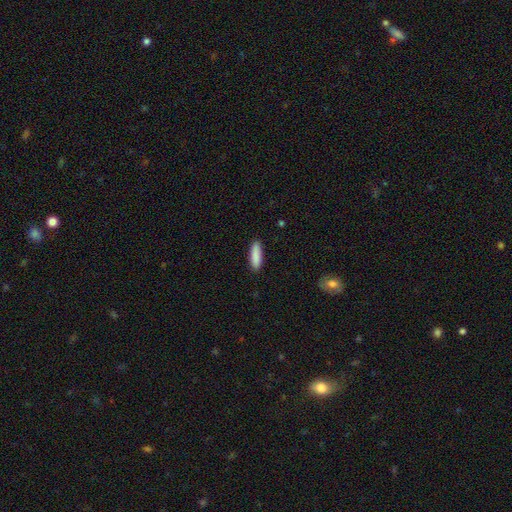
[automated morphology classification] smooth_or_featured: smooth (p=0.89) [alt: star or artifact p=0.06]
how_rounded: cigar-shaped (p=0.59) [alt: in between p=0.40]
merging: none (p=0.90) [alt: minor disturbance p=0.07]